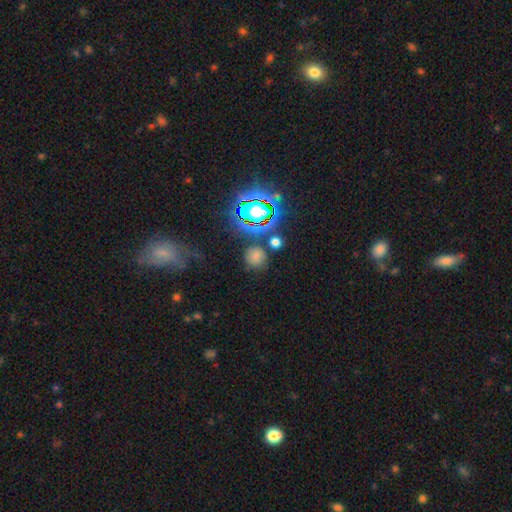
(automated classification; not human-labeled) Smooth or featured? smooth (62%)
How rounded? round (89%)
Merging? none (77%)